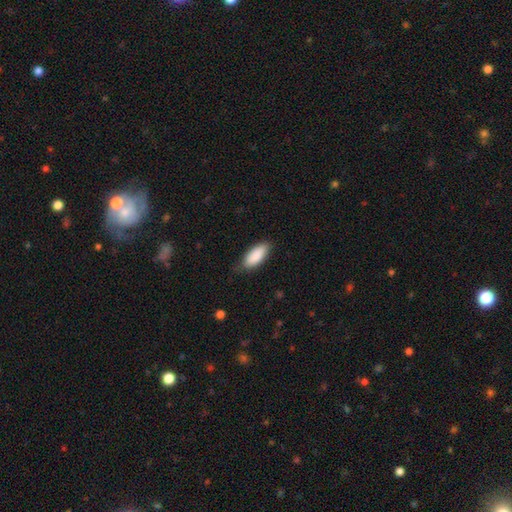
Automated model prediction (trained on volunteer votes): Smooth or featured?
  - smooth: 89% *
  - star or artifact: 5%
  - featured or disk: 5%
How rounded?
  - in between: 84% *
  - cigar-shaped: 15%
  - round: 2%
Merging?
  - none: 78% *
  - minor disturbance: 18%
  - major disturbance: 3%
  - merger: 1%